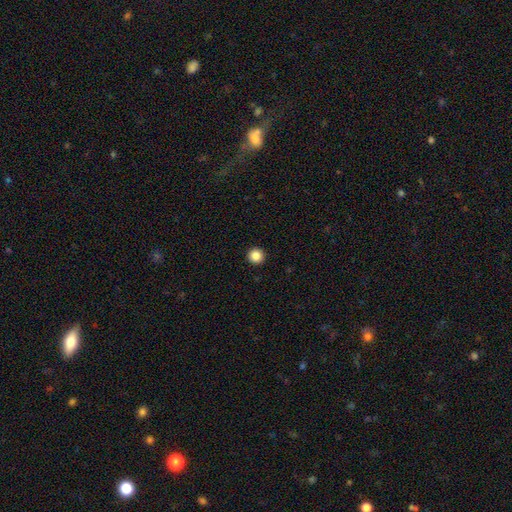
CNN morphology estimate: Smooth or featured? smooth (86%)
How rounded? round (96%)
Merging? none (94%)